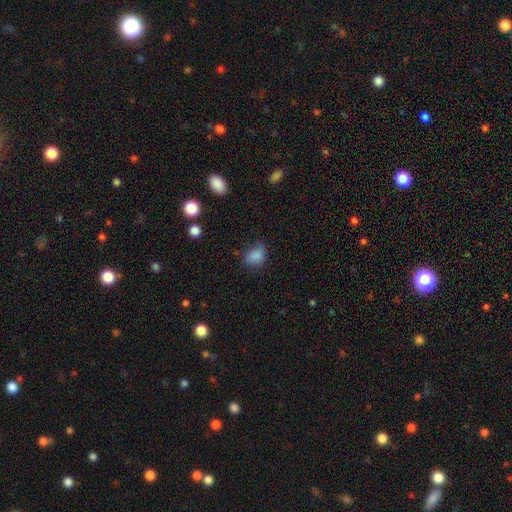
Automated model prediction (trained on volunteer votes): Morphology: type=smooth (84%); roundness=in between (64%); merging=none (67%).